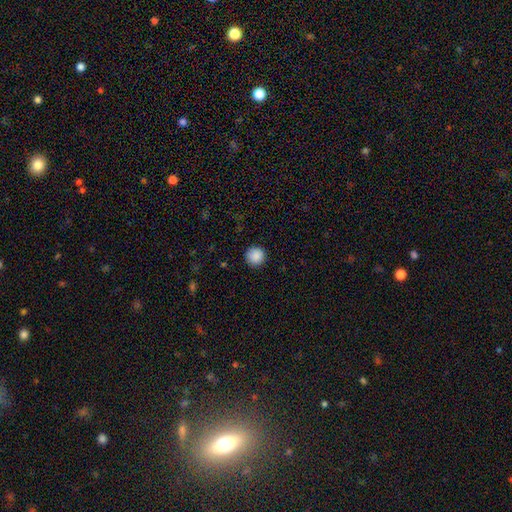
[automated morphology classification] This is clearly a smooth galaxy (89%). How rounded: clearly round (96%). Merging: clearly none (91%).